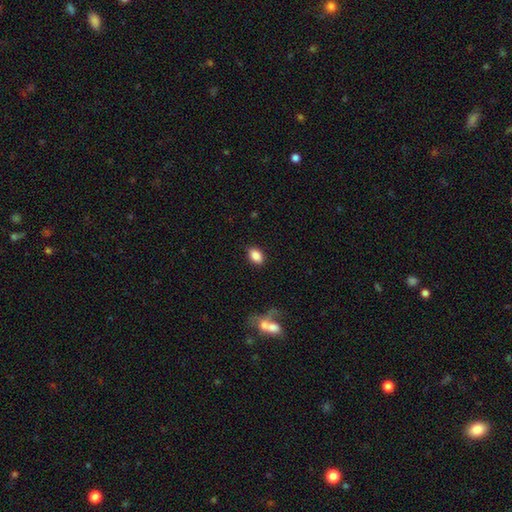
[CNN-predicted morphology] Q: Smooth or featured?
A: smooth (86%); runner-up: star or artifact (8%)
Q: How rounded?
A: in between (83%); runner-up: round (15%)
Q: Merging?
A: none (84%); runner-up: minor disturbance (11%)